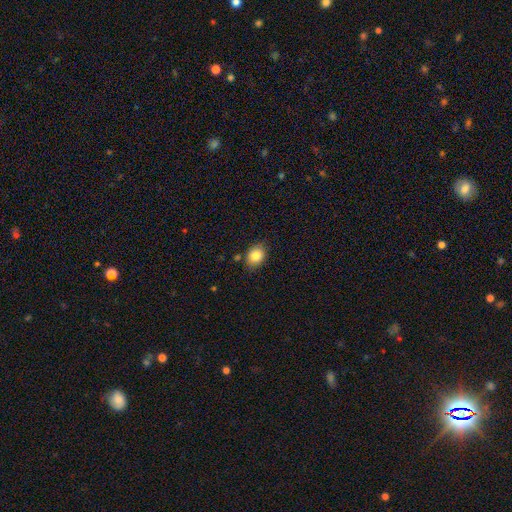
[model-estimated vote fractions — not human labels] smooth_or_featured: smooth (p=0.83) [alt: star or artifact p=0.09]
how_rounded: in between (p=0.57) [alt: round p=0.42]
merging: none (p=0.78) [alt: minor disturbance p=0.16]